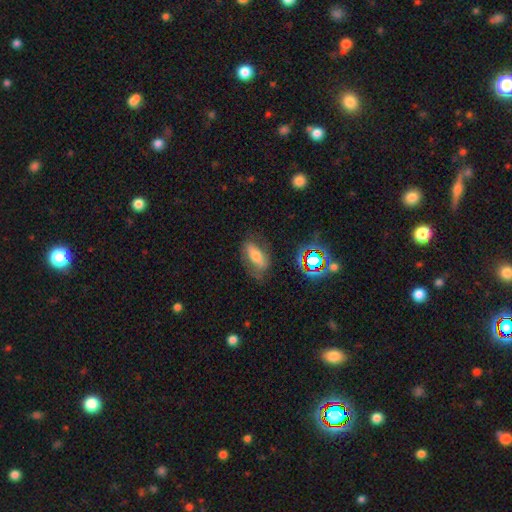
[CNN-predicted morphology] smooth-or-featured: smooth: 52% | featured or disk: 33% | star or artifact: 14%
  how-rounded: in between: 78% | cigar-shaped: 16% | round: 6%
  merging: none: 65% | minor disturbance: 21% | major disturbance: 11% | merger: 3%